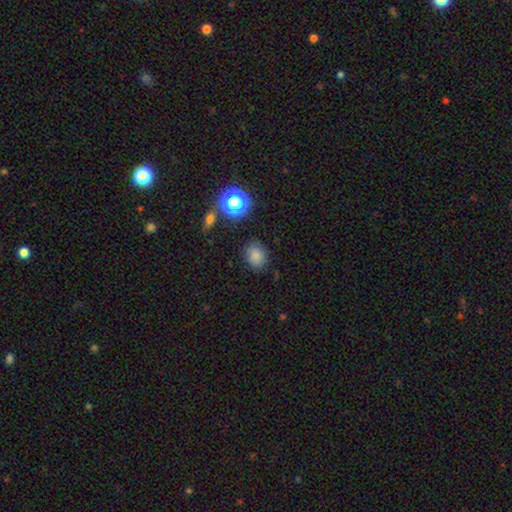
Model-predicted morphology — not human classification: Q: Smooth or featured?
A: smooth (81%); runner-up: star or artifact (14%)
Q: How rounded?
A: round (55%); runner-up: in between (44%)
Q: Merging?
A: none (84%); runner-up: minor disturbance (11%)